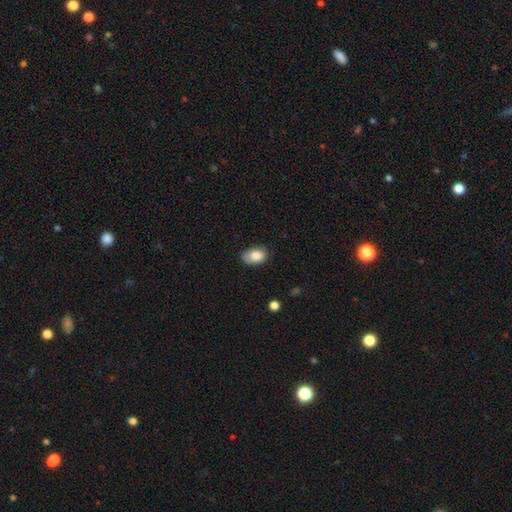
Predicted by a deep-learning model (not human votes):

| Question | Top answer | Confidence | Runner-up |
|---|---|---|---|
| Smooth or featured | smooth | 84% | featured or disk (8%) |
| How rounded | in between | 87% | round (12%) |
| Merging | none | 65% | minor disturbance (27%) |